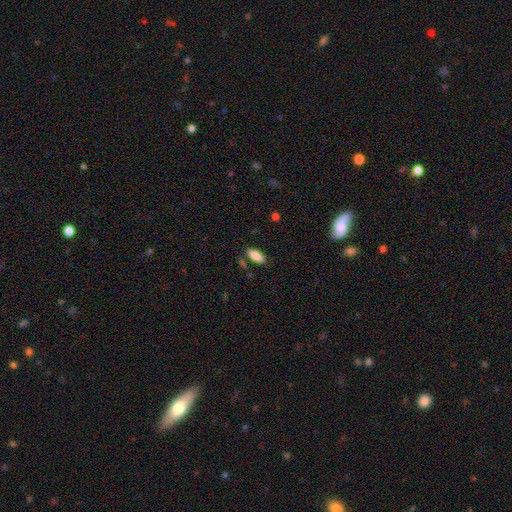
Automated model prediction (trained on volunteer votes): This appears to be a smooth galaxy with no disk features (86%) that is in between round and cigar-shaped (76%). Merging: none (82%).